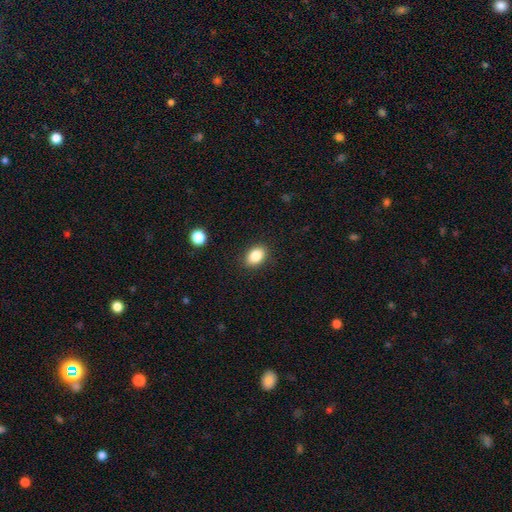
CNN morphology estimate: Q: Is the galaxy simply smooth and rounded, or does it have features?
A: smooth — 85%.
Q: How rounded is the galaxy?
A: in between — 78%.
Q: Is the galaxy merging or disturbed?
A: none — 89%.